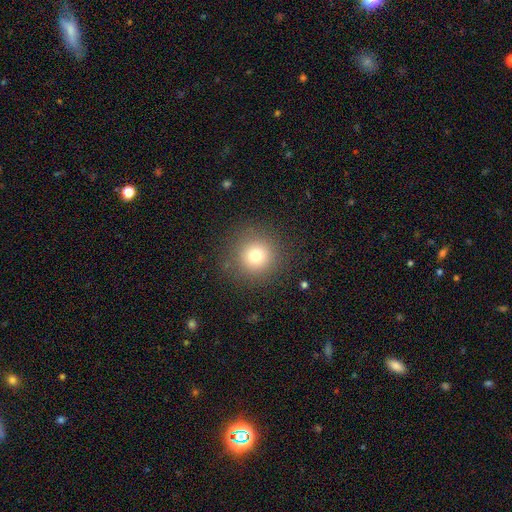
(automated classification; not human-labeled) Smooth or featured?
  - smooth: 75% *
  - star or artifact: 15%
  - featured or disk: 10%
How rounded?
  - round: 95% *
  - in between: 4%
  - cigar-shaped: 1%
Merging?
  - none: 88% *
  - minor disturbance: 7%
  - major disturbance: 4%
  - merger: 1%